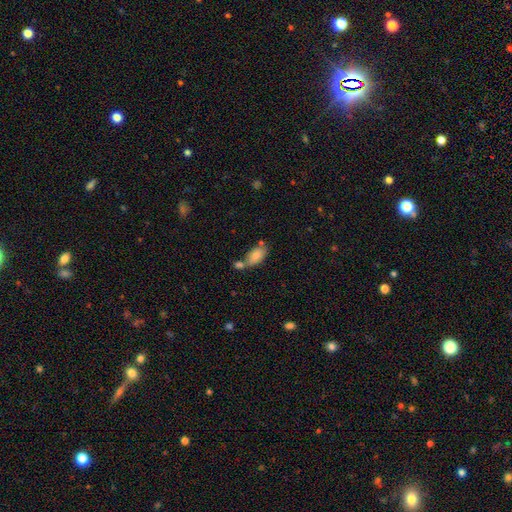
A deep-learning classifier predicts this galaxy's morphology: Smooth or featured: smooth — 81% (featured or disk — 11%)
How rounded: in between — 92% (cigar-shaped — 4%)
Merging: none — 47% (merger — 32%)